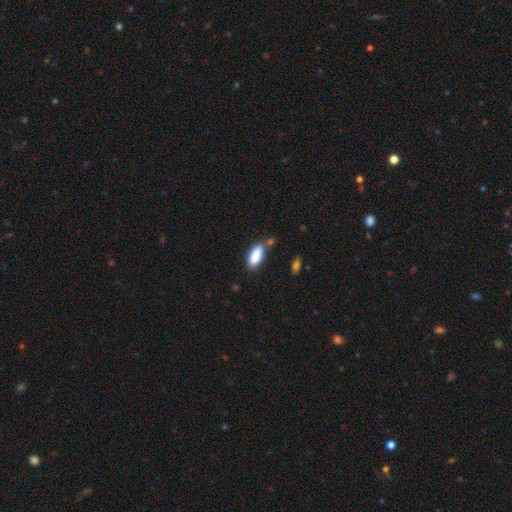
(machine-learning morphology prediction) The model was most divided on "merging": none: 66%, minor disturbance: 19%, merger: 11%, major disturbance: 4%. More confident: smooth or featured — smooth (87%); how rounded — in between (81%).